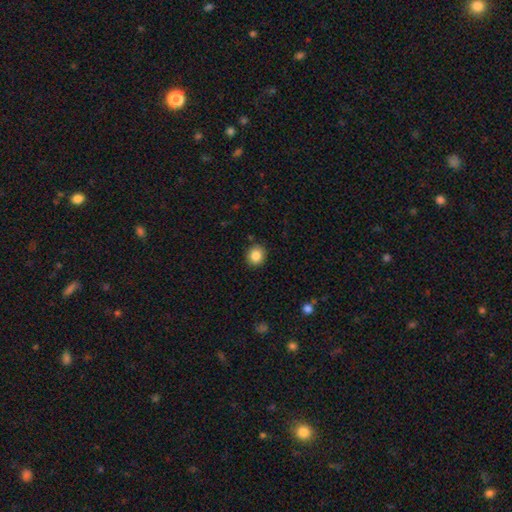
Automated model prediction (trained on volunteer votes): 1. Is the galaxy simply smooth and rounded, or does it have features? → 86% smooth, 10% star or artifact, 5% featured or disk.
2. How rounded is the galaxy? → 85% round, 15% in between, 1% cigar-shaped.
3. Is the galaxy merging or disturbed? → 88% none, 8% minor disturbance, 2% major disturbance, 2% merger.